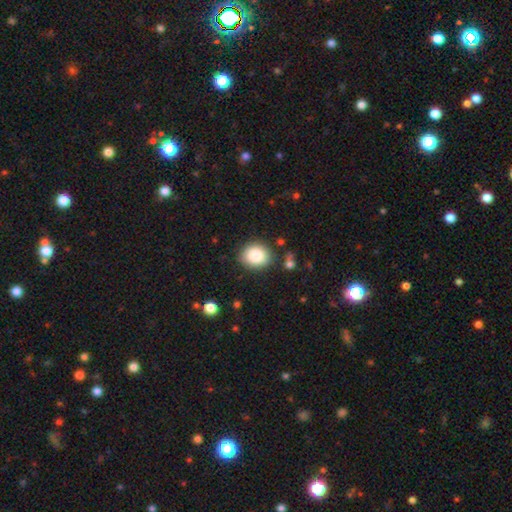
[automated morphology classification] A smooth galaxy with no disk features (86%) that is round (60%). Merging: none (84%).